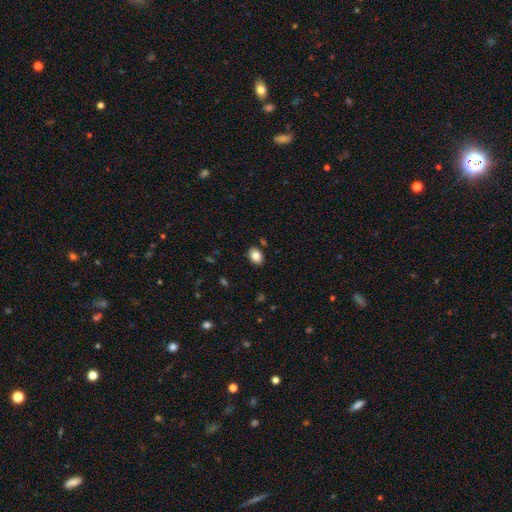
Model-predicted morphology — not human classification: smooth 86%, star or artifact 8%, featured or disk 6%. Down the decision tree: how rounded — in between (77%); merging — none (86%).